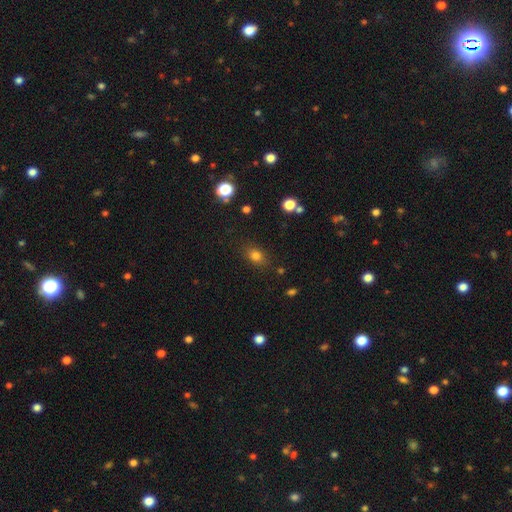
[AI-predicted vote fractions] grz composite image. It shows a smooth galaxy with no disk features (79%) that is in between round and cigar-shaped (63%). Merging: none (82%).